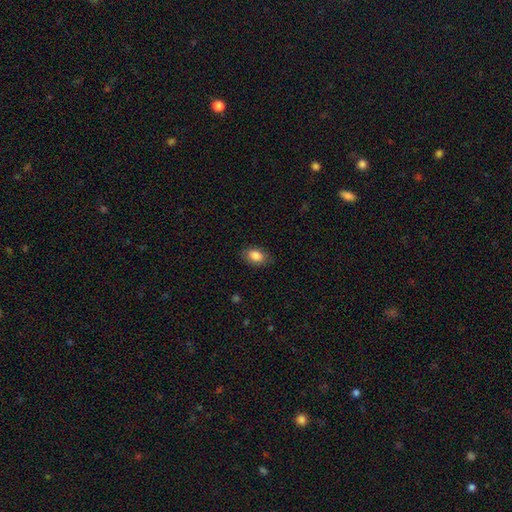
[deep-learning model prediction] smooth_or_featured: smooth (p=0.85) [alt: star or artifact p=0.08]
how_rounded: in between (p=0.86) [alt: round p=0.12]
merging: none (p=0.84) [alt: minor disturbance p=0.12]